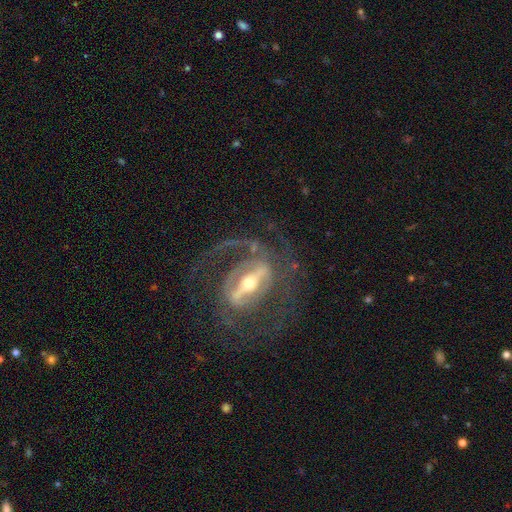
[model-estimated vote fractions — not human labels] Smooth or featured?
  - featured or disk: 85% *
  - smooth: 8%
  - star or artifact: 7%
Edge-on disk?
  - no: 92% *
  - yes: 8%
Bar?
  - strong: 58% *
  - weak: 27%
  - no: 15%
Spiral arms?
  - yes: 86% *
  - no: 14%
Spiral winding?
  - medium: 46% *
  - tight: 37%
  - loose: 17%
Spiral arm count?
  - 2: 69% *
  - can't tell: 13%
  - 1: 7%
  - 3: 5%
  - 4: 2%
  - more than 4: 2%
Bulge size?
  - moderate: 49% *
  - small: 40%
  - large: 8%
  - dominant: 2%
  - none: 1%
Merging?
  - none: 67% *
  - major disturbance: 17%
  - minor disturbance: 14%
  - merger: 3%